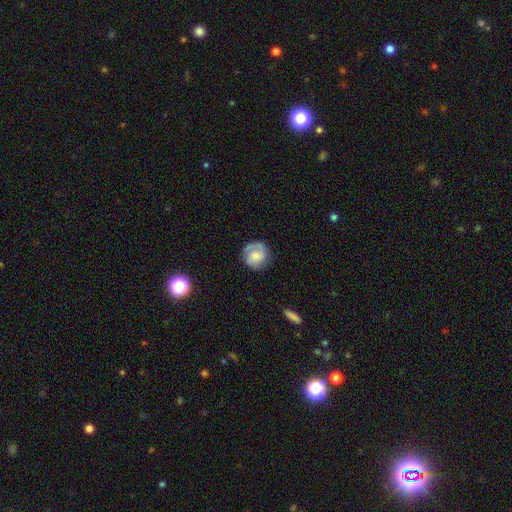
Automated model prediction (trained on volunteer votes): smooth_or_featured: featured or disk (p=0.59) [alt: smooth p=0.34]
disk_edge_on: no (p=0.98) [alt: yes p=0.02]
bar: no (p=0.62) [alt: weak p=0.32]
has_spiral_arms: yes (p=0.90) [alt: no p=0.10]
spiral_winding: tight (p=0.47) [alt: medium p=0.38]
spiral_arm_count: 2 (p=0.54) [alt: 1 p=0.30]
bulge_size: moderate (p=0.39) [alt: small p=0.38]
merging: none (p=0.74) [alt: minor disturbance p=0.17]